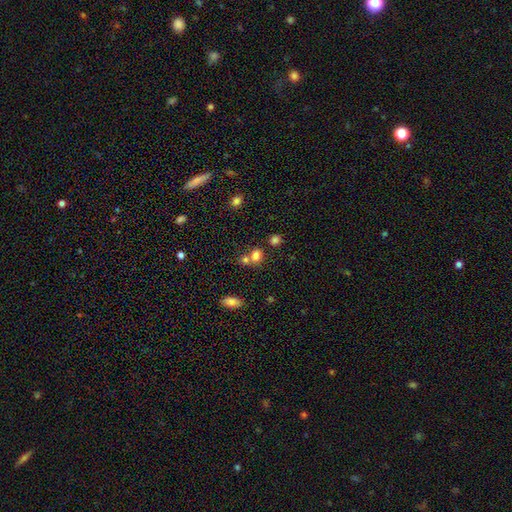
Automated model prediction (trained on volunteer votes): The model was most divided on "merging": none: 48%, merger: 40%, minor disturbance: 9%, major disturbance: 4%. More confident: smooth or featured — smooth (78%); how rounded — round (64%).